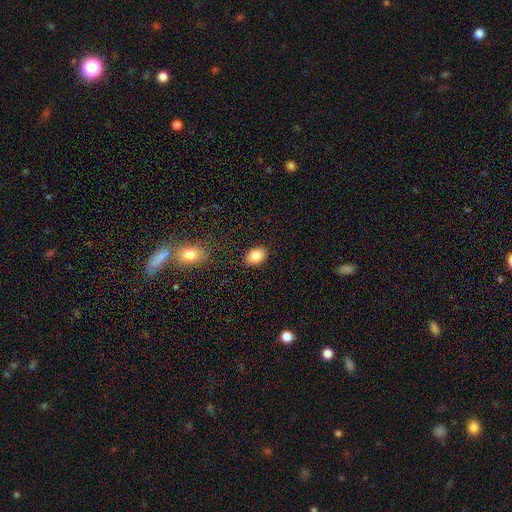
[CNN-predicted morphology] This appears to be a smooth galaxy with no disk features (86%) that is in between round and cigar-shaped (82%). Merging: none (87%).